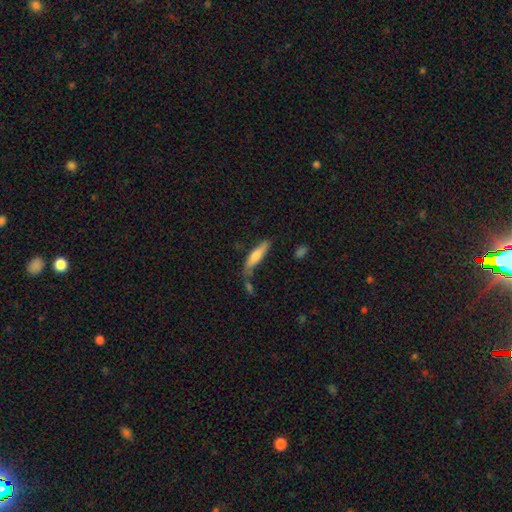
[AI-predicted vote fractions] A smooth galaxy with no disk features (65%) that is cigar-shaped (81%).

Vote fractions:
- Smooth or featured? smooth: 65% / featured or disk: 29% / star or artifact: 6%
- How rounded? cigar-shaped: 81% / in between: 18% / round: 2%
- Merging? none: 64% / minor disturbance: 20% / merger: 10% / major disturbance: 6%